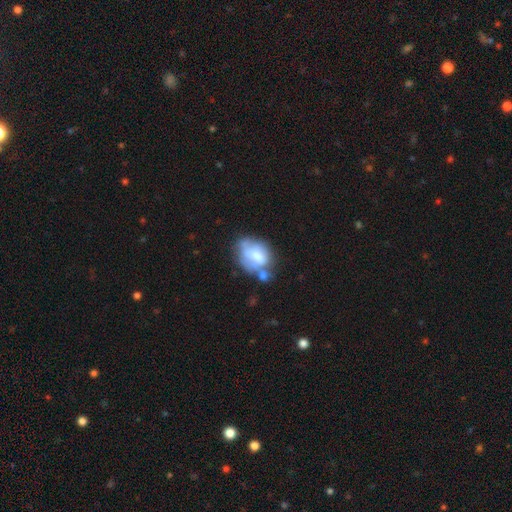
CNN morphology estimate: Smooth or featured: smooth — 50% (featured or disk — 41%)
How rounded: in between — 68% (round — 30%)
Merging: merger — 31% (none — 29%)